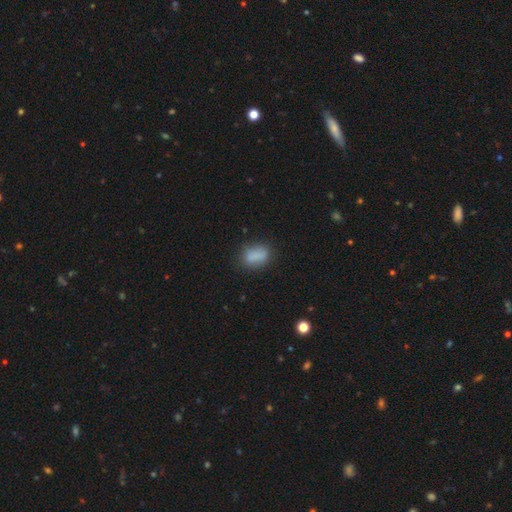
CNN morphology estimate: type=smooth (82%); roundness=in between (79%); merging=none (73%).